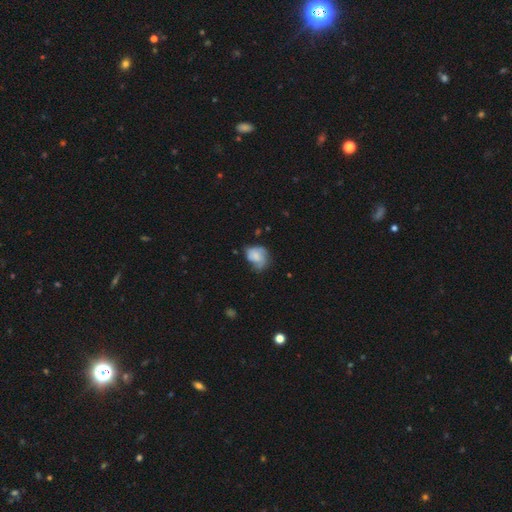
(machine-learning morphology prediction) Q: Smooth or featured?
A: smooth (62%); runner-up: featured or disk (30%)
Q: How rounded?
A: in between (50%); runner-up: round (49%)
Q: Merging?
A: none (39%); runner-up: minor disturbance (37%)